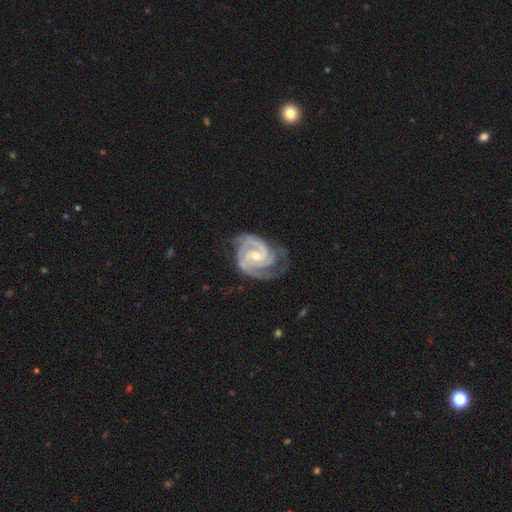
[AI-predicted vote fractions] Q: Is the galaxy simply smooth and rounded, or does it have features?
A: featured or disk — 93%.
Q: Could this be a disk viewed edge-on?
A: no — 98%.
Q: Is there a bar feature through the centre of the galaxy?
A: no — 46%.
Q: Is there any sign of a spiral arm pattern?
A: yes — 98%.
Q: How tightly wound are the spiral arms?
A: tight — 62%.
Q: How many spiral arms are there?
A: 2 — 43%.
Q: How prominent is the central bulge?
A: moderate — 50%.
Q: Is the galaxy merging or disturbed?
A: none — 63%.